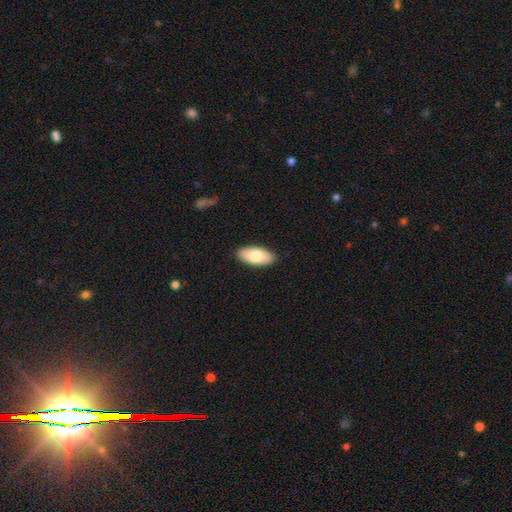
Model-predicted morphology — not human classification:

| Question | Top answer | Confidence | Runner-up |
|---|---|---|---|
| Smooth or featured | smooth | 79% | featured or disk (15%) |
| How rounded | in between | 92% | cigar-shaped (6%) |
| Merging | none | 90% | minor disturbance (8%) |